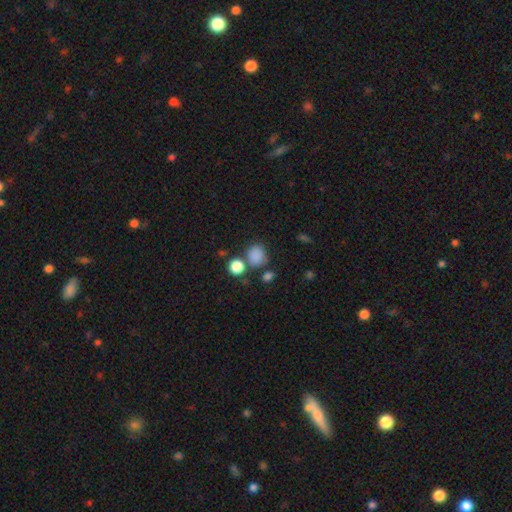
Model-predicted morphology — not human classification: Overall: smooth (83%). How rounded: round (74%). Merging: none (66%).